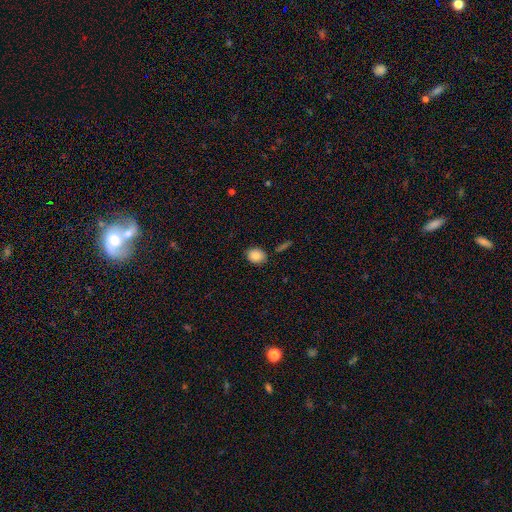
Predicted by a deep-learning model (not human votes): The model was most divided on "how rounded": in between: 50%, round: 49%, cigar-shaped: 1%. More confident: smooth or featured — smooth (87%); merging — none (82%).